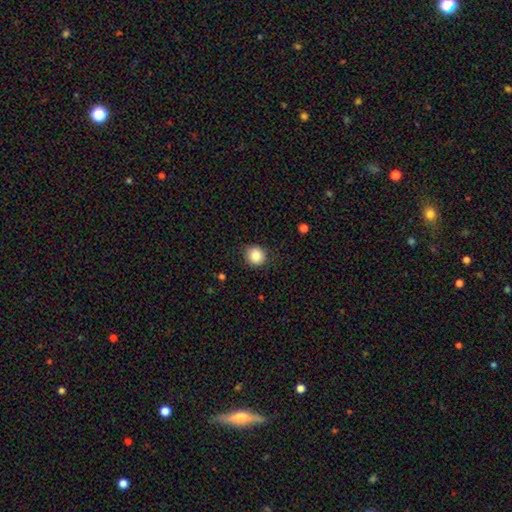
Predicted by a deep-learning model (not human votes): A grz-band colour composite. It shows a smooth galaxy with no disk features (84%) that is round (89%). Merging: none (88%).